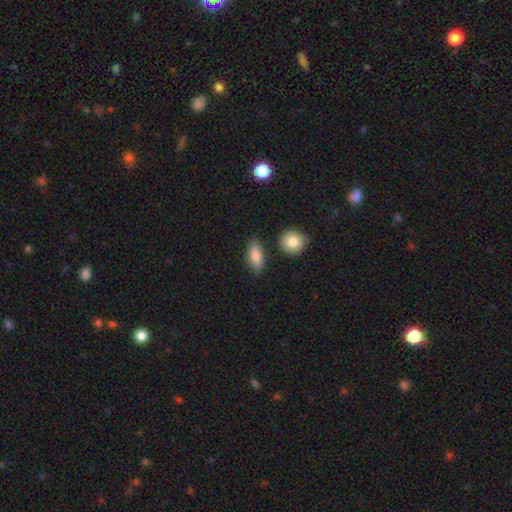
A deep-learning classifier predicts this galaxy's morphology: A smooth galaxy with no disk features (84%) that is in between round and cigar-shaped (80%). Merging: none (80%).